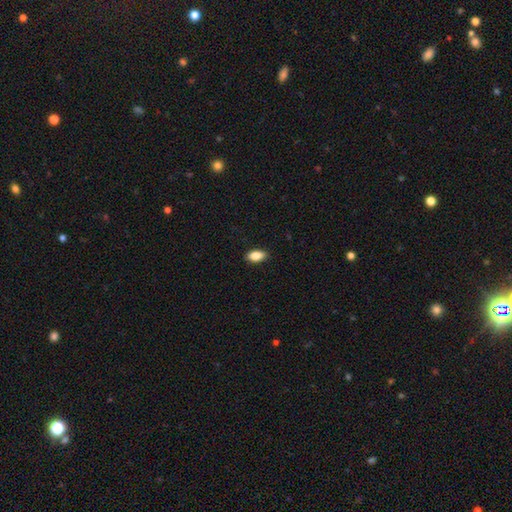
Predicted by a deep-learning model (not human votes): This is clearly a smooth galaxy (83%). How rounded: clearly in between (89%). Merging: clearly none (88%).